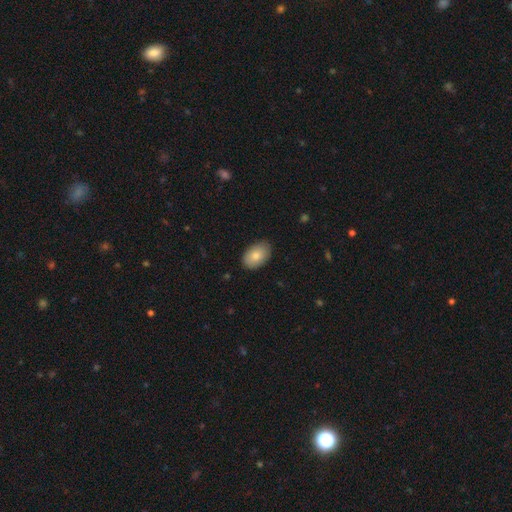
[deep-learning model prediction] Morphology: type=smooth (82%); roundness=in between (91%); merging=none (83%).